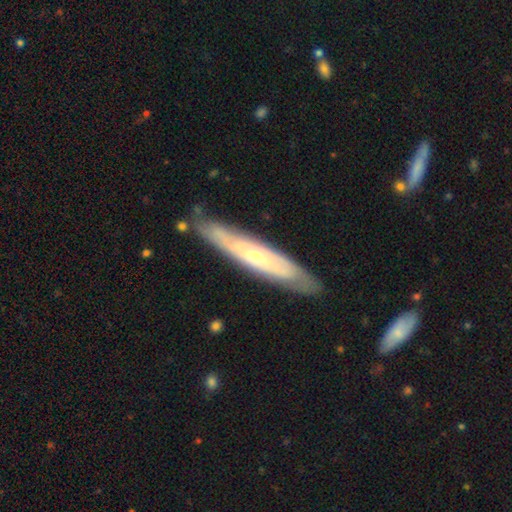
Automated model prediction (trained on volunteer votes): smooth_or_featured: featured or disk (p=0.64) [alt: smooth p=0.31]
disk_edge_on: yes (p=0.58) [alt: no p=0.42]
merging: none (p=0.83) [alt: minor disturbance p=0.13]